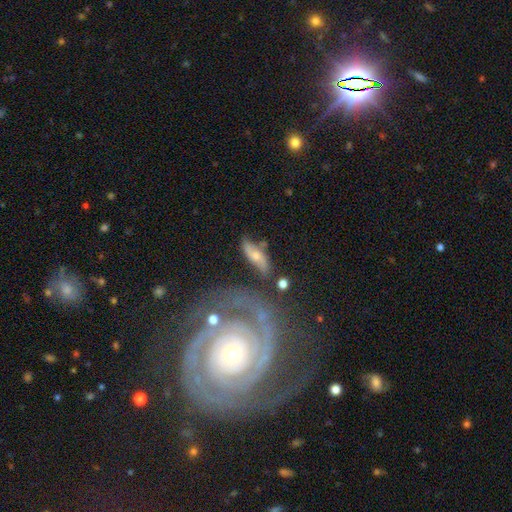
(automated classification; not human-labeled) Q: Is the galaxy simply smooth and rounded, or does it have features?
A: featured or disk — 51%.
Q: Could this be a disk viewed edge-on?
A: no — 76%.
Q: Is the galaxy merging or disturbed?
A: none — 57%.